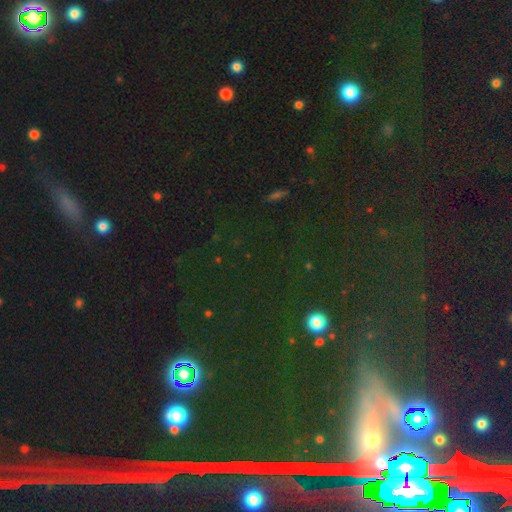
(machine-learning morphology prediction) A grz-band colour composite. It shows a star or artifact, not a galaxy (67%).